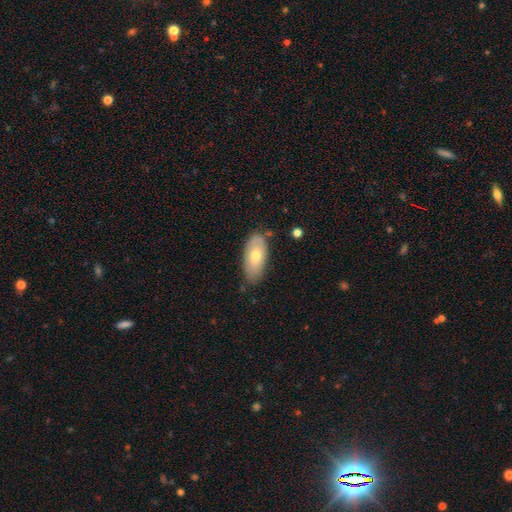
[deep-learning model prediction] This appears to be a smooth galaxy with no disk features (67%) that is in between round and cigar-shaped (91%). Merging: none (74%).